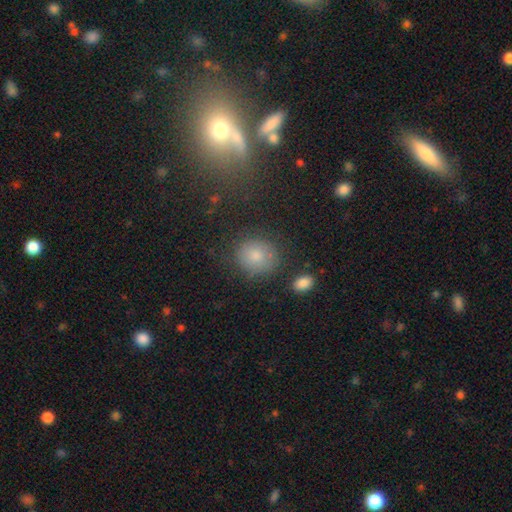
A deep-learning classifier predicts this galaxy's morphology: A smooth galaxy with no disk features (81%) that is round (78%).

Vote fractions:
- Smooth or featured? smooth: 81% / star or artifact: 10% / featured or disk: 9%
- How rounded? round: 78% / in between: 21% / cigar-shaped: 1%
- Merging? none: 78% / minor disturbance: 14% / major disturbance: 5% / merger: 3%